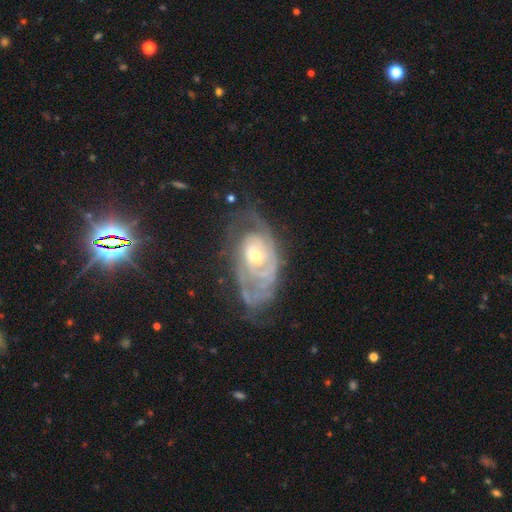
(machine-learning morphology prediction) Smooth or featured: featured or disk — 81% (smooth — 11%)
Edge-on disk: no — 94% (yes — 6%)
Bar: no — 73% (weak — 22%)
Spiral arms: yes — 85% (no — 15%)
Spiral winding: tight — 66% (medium — 25%)
Spiral arm count: can't tell — 48% (2 — 25%)
Bulge size: moderate — 53% (small — 41%)
Merging: none — 51% (minor disturbance — 26%)